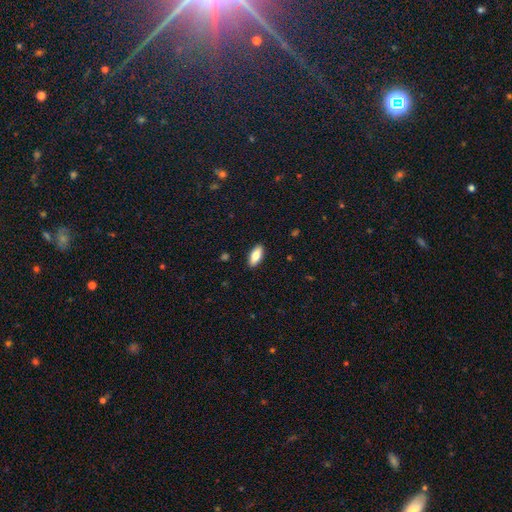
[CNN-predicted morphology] smooth-or-featured: smooth: 78% | featured or disk: 15% | star or artifact: 7%
  how-rounded: in between: 84% | cigar-shaped: 14% | round: 2%
  merging: none: 90% | minor disturbance: 7% | major disturbance: 2% | merger: 1%